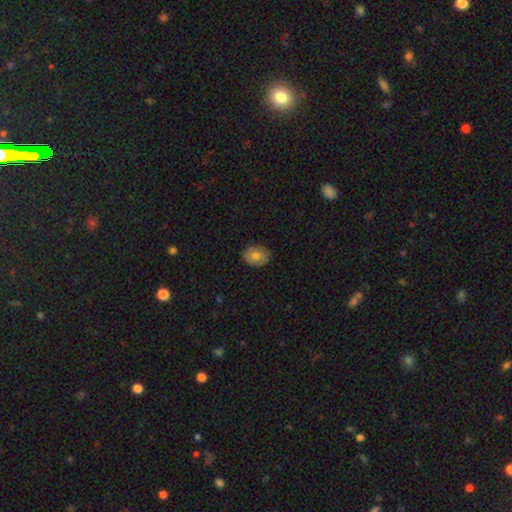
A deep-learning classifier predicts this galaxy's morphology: This appears to be a smooth galaxy with no disk features (73%) that is in between round and cigar-shaped (53%). Merging: none (86%).